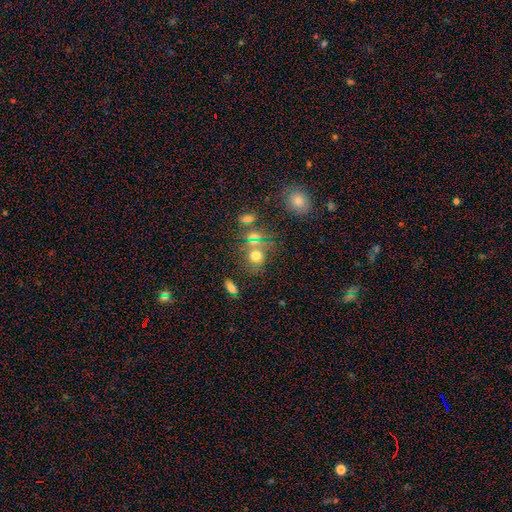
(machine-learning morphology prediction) smooth-or-featured: smooth: 57% | star or artifact: 31% | featured or disk: 11%
  how-rounded: round: 72% | in between: 26% | cigar-shaped: 2%
  merging: none: 64% | merger: 16% | minor disturbance: 13% | major disturbance: 7%